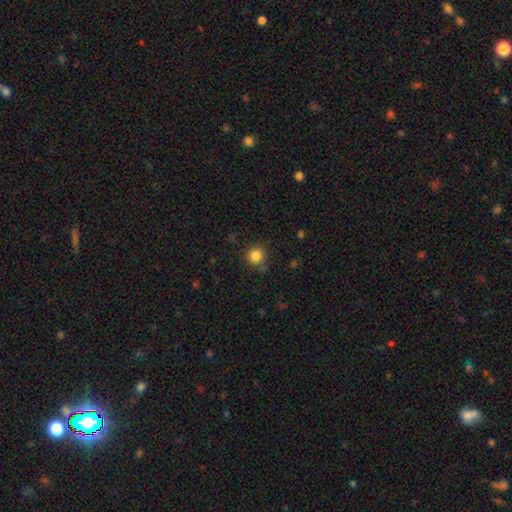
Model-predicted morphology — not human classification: Smooth or featured?
  - smooth: 84% *
  - star or artifact: 11%
  - featured or disk: 5%
How rounded?
  - round: 92% *
  - in between: 7%
  - cigar-shaped: 1%
Merging?
  - none: 85% *
  - minor disturbance: 9%
  - merger: 3%
  - major disturbance: 3%